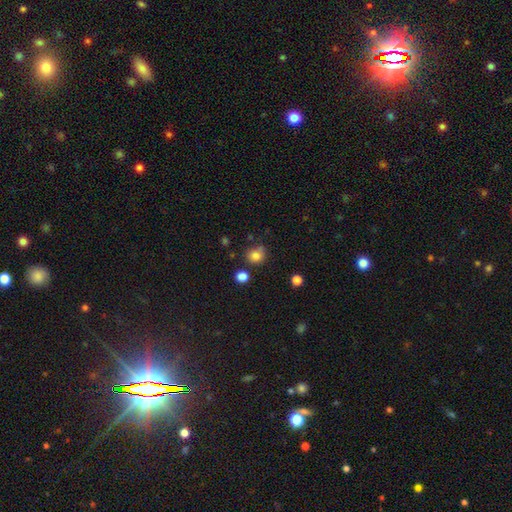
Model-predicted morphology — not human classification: Overall: smooth (80%). How rounded: round (83%). Merging: none (71%).